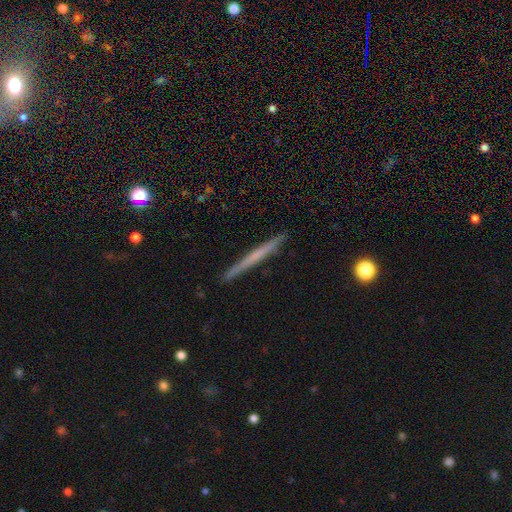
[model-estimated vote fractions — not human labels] A featured or disk galaxy (48%).

Vote fractions:
- Smooth or featured? featured or disk: 48% / smooth: 46% / star or artifact: 6%
- Merging? none: 92% / minor disturbance: 6% / major disturbance: 1% / merger: 1%